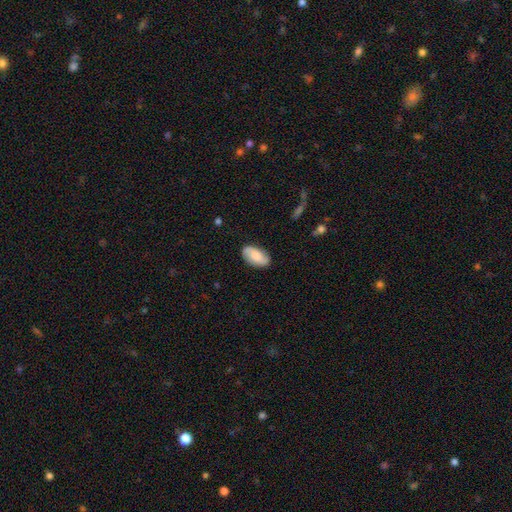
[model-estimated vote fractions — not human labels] This appears to be a smooth galaxy with no disk features (64%) that is in between round and cigar-shaped (94%). Merging: none (84%).